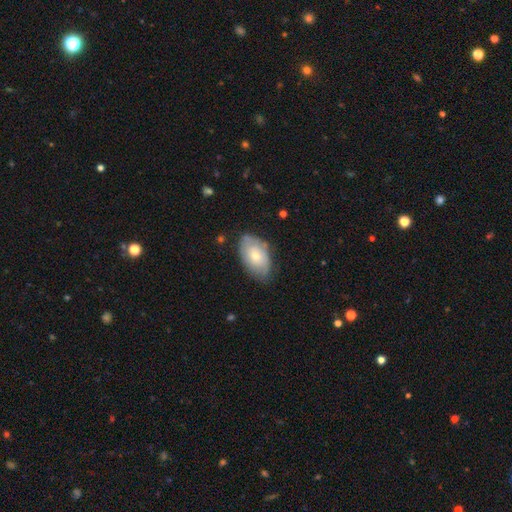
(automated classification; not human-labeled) smooth-or-featured: smooth: 56% | featured or disk: 38% | star or artifact: 6%
  how-rounded: in between: 91% | round: 7% | cigar-shaped: 2%
  merging: none: 71% | minor disturbance: 22% | major disturbance: 5% | merger: 2%